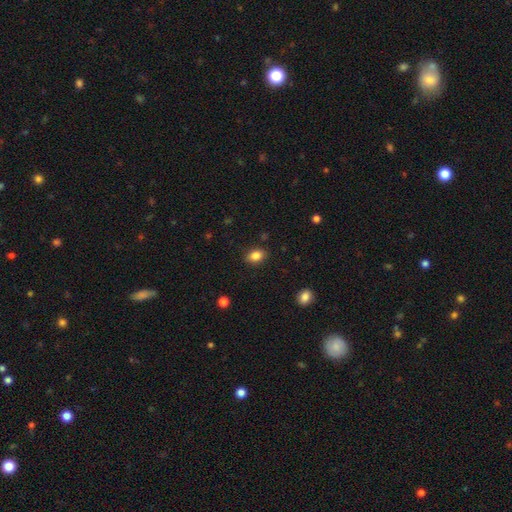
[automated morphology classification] This is clearly a smooth galaxy (85%). How rounded: likely in between (79%). Merging: clearly none (87%).